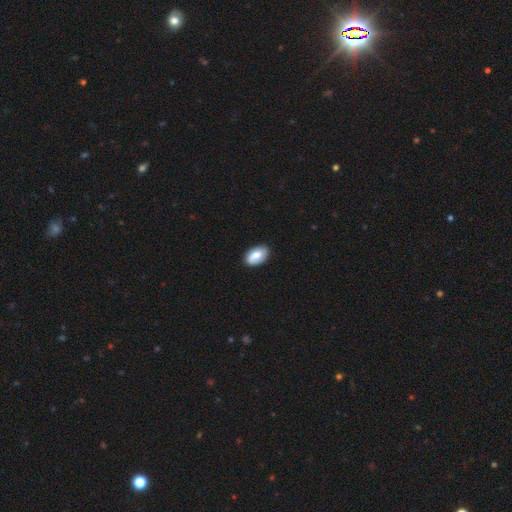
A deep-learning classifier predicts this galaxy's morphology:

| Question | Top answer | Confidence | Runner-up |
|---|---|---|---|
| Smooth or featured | smooth | 78% | featured or disk (16%) |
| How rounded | in between | 93% | round (5%) |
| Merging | none | 87% | minor disturbance (10%) |